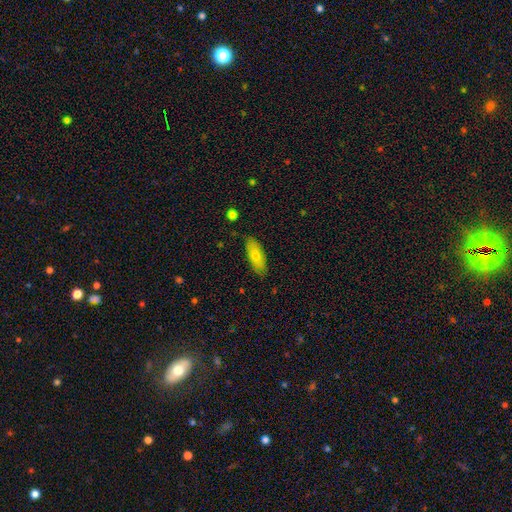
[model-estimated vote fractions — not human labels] Smooth or featured: smooth — 73% (featured or disk — 21%)
How rounded: in between — 74% (cigar-shaped — 24%)
Merging: none — 83% (minor disturbance — 14%)